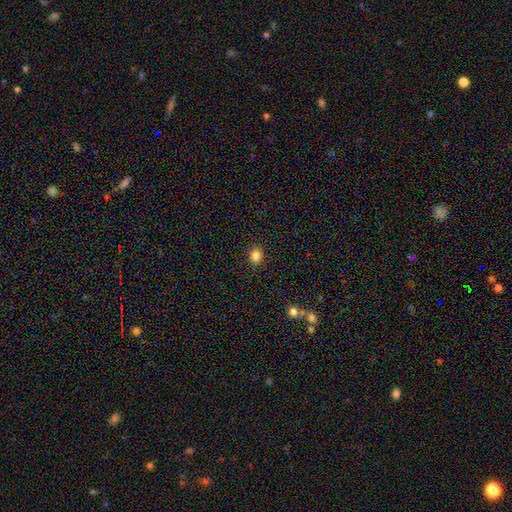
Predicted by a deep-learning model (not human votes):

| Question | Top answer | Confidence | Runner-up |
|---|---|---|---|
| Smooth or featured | smooth | 84% | star or artifact (12%) |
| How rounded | in between | 50% | round (49%) |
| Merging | none | 86% | minor disturbance (9%) |